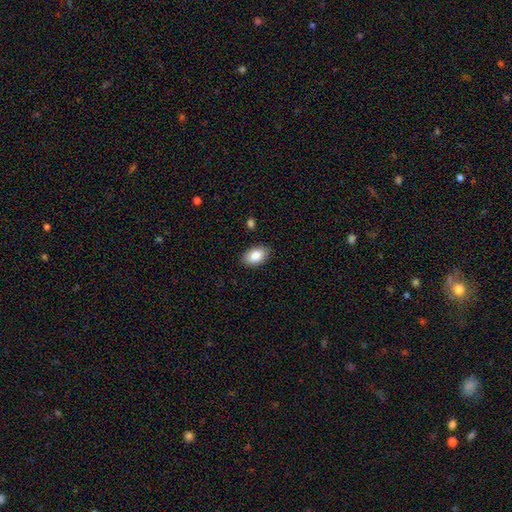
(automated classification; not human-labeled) This appears to be a smooth galaxy with no disk features (84%) that is in between round and cigar-shaped (91%). Merging: none (88%).